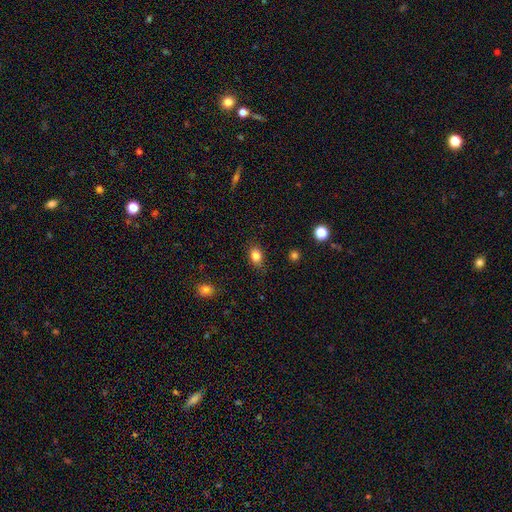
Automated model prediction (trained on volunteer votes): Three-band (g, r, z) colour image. It shows a smooth galaxy with no disk features (84%) that is in between round and cigar-shaped (67%). Merging: none (81%).